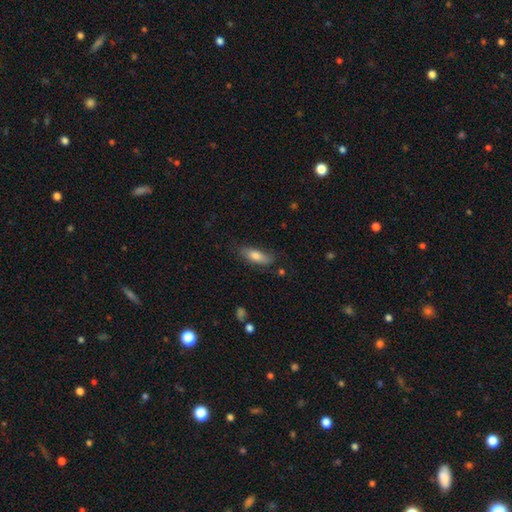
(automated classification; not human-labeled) Morphology: type=smooth (75%); roundness=in between (63%); merging=none (75%).